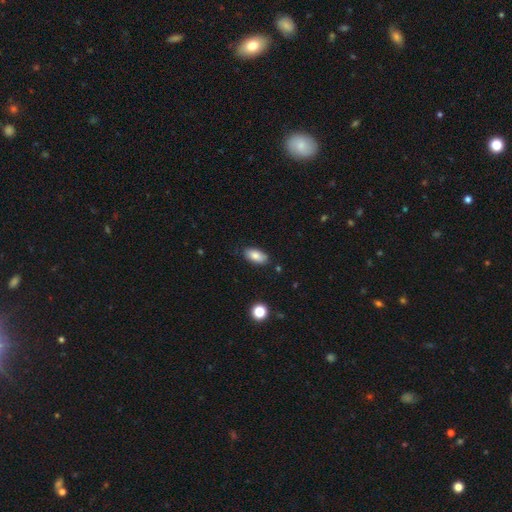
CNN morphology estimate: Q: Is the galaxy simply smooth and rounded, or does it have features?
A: smooth — 83%.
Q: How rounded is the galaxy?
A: in between — 92%.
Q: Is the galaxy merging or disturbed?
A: none — 83%.